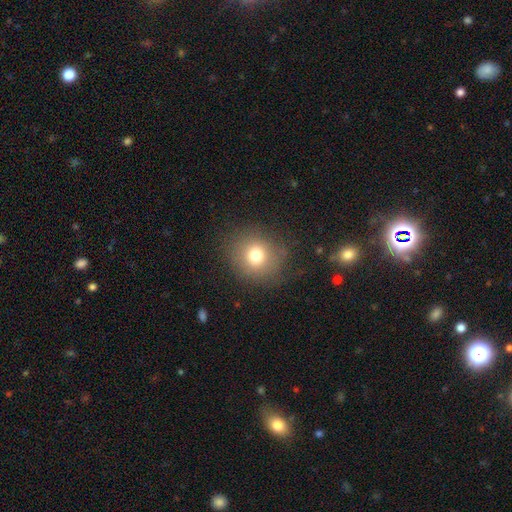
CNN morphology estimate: smooth_or_featured: smooth (p=0.75) [alt: star or artifact p=0.14]
how_rounded: round (p=0.85) [alt: in between p=0.14]
merging: none (p=0.81) [alt: minor disturbance p=0.12]